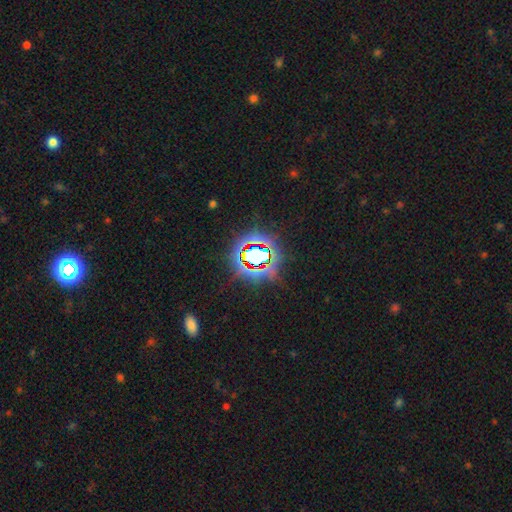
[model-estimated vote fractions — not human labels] Smooth or featured: star or artifact — 72% (smooth — 17%)